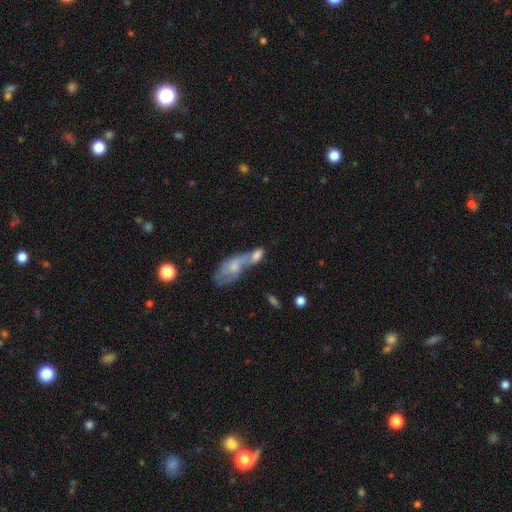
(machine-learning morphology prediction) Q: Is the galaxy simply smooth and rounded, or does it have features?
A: smooth — 49%.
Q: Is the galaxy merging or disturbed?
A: merger — 61%.